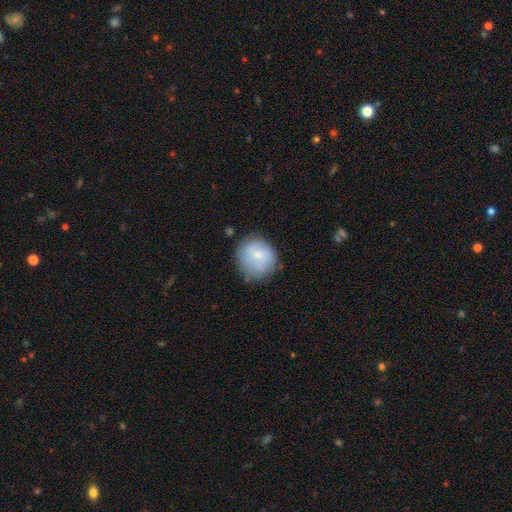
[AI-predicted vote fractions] Smooth or featured?
  - smooth: 72% *
  - featured or disk: 20%
  - star or artifact: 7%
How rounded?
  - round: 87% *
  - in between: 12%
  - cigar-shaped: 1%
Merging?
  - none: 70% *
  - minor disturbance: 21%
  - major disturbance: 6%
  - merger: 3%